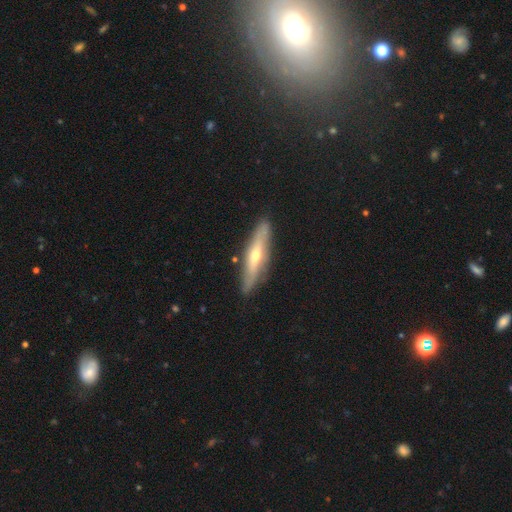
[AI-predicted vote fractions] Smooth or featured? Predicted: featured or disk (p=0.59). Edge-on disk? Predicted: yes (p=0.78). Merging? Predicted: none (p=0.84).